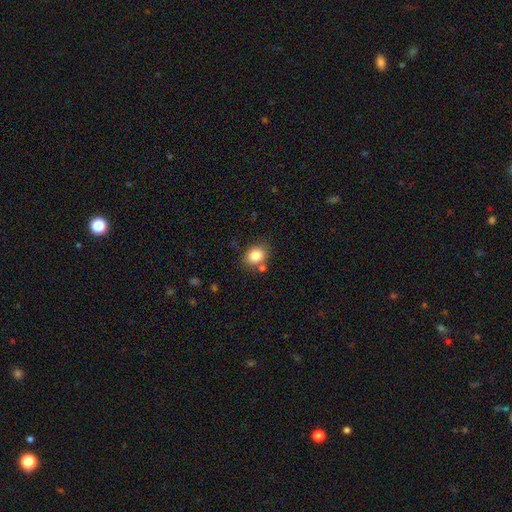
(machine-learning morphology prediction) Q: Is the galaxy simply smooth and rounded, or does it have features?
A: smooth — 83%.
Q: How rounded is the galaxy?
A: round — 50%.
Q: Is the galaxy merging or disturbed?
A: none — 75%.